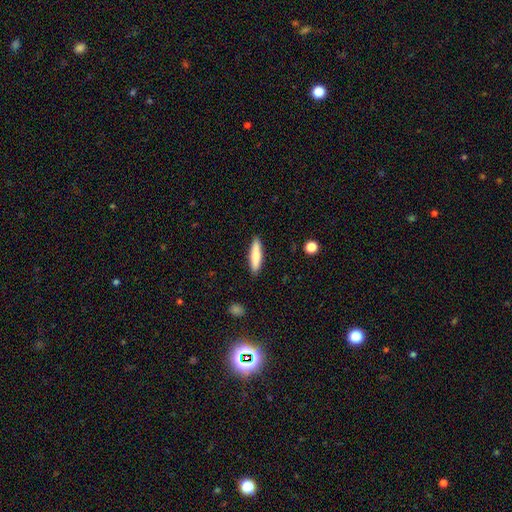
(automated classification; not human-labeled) smooth 79%, featured or disk 15%, star or artifact 6%. Down the decision tree: how rounded — cigar-shaped (79%); merging — none (89%).